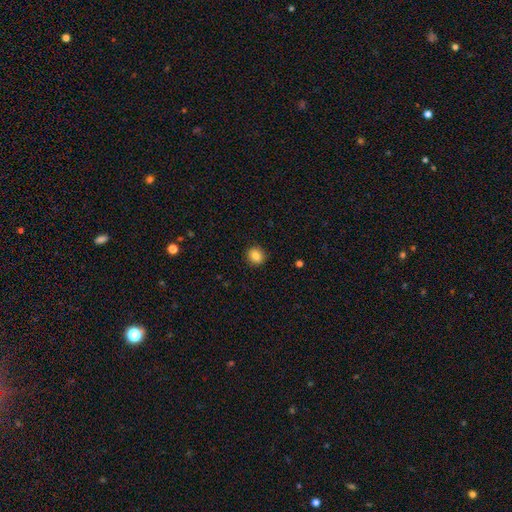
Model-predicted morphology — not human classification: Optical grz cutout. It shows a smooth galaxy with no disk features (85%) that is round (80%). Merging: none (91%).